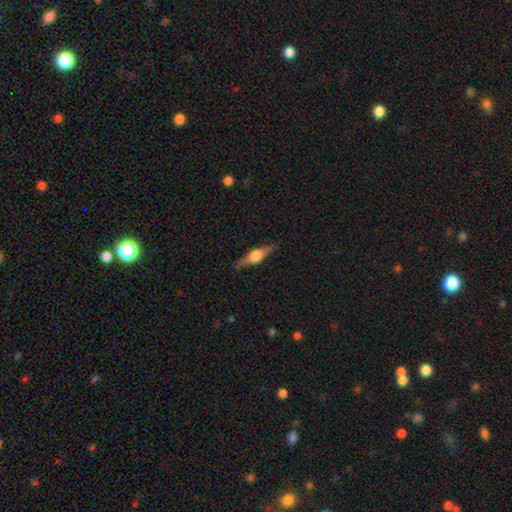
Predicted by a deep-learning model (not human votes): A featured or disk galaxy (70%) viewed edge-on (96%) with a rounded central bulge (92%).

Vote fractions:
- Smooth or featured? featured or disk: 70% / smooth: 24% / star or artifact: 6%
- Edge-on disk? yes: 96% / no: 4%
- Edge-on bulge? rounded: 92% / boxy: 6% / none: 2%
- Merging? none: 86% / minor disturbance: 10% / major disturbance: 2% / merger: 1%